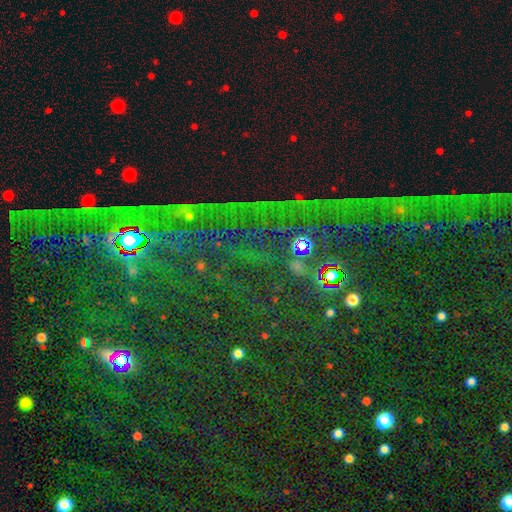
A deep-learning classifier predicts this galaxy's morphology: The model was most divided on "smooth or featured": star or artifact: 82%, smooth: 10%, featured or disk: 8%.